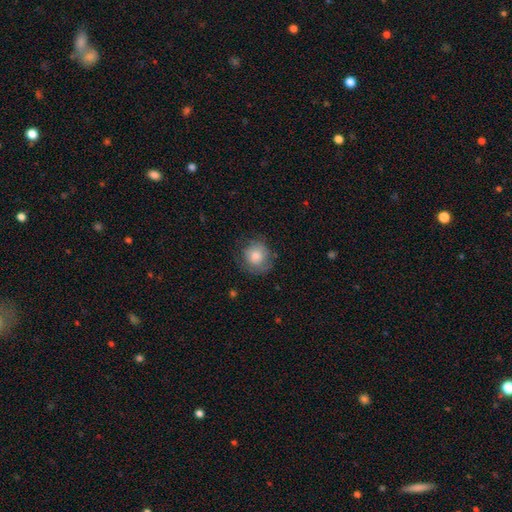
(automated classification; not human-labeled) A smooth galaxy with no disk features (72%) that is round (89%). Merging: none (73%).